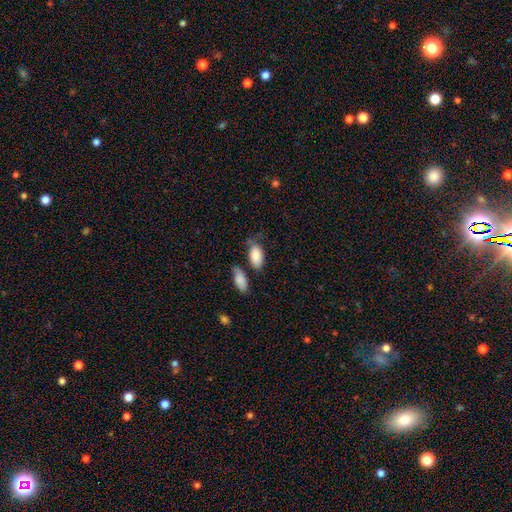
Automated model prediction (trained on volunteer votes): Smooth or featured? smooth (86%)
How rounded? in between (94%)
Merging? none (53%)